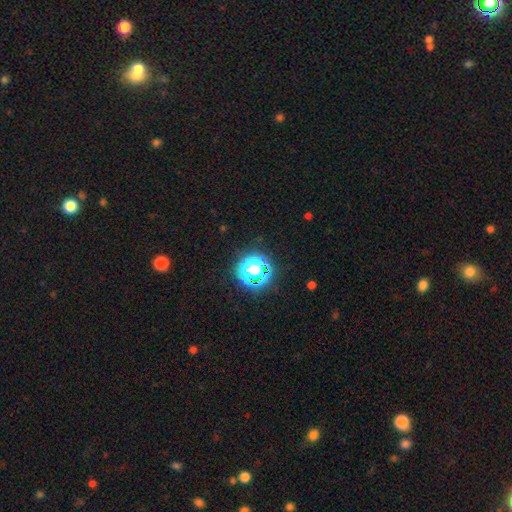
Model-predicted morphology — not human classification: A star or artifact, not a galaxy (76%).

Vote fractions:
- Smooth or featured? star or artifact: 76% / smooth: 17% / featured or disk: 7%